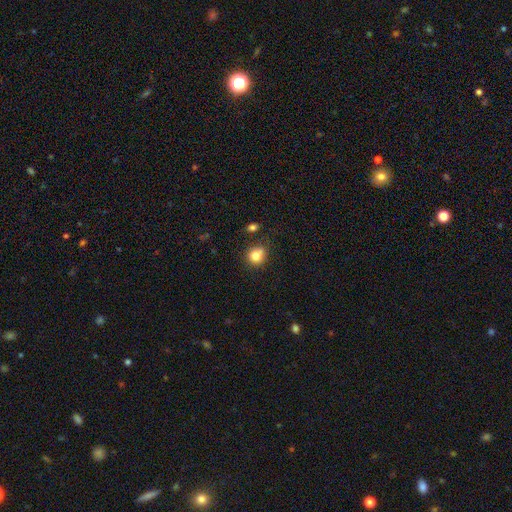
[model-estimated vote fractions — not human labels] Smooth or featured? smooth (81%)
How rounded? round (80%)
Merging? none (68%)